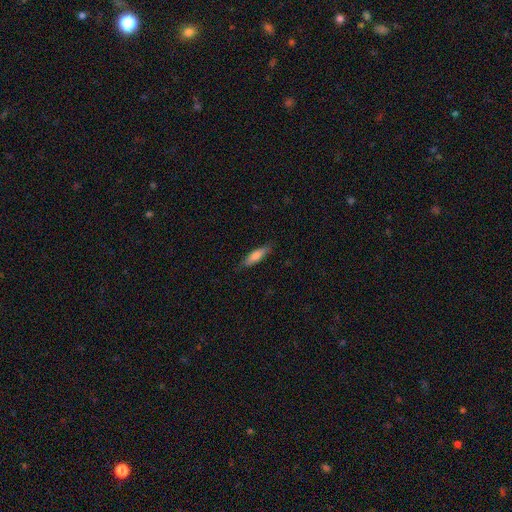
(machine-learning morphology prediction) A smooth galaxy with no disk features (72%) that is cigar-shaped (65%).

Vote fractions:
- Smooth or featured? smooth: 72% / featured or disk: 22% / star or artifact: 6%
- How rounded? cigar-shaped: 65% / in between: 34% / round: 2%
- Merging? none: 81% / minor disturbance: 15% / major disturbance: 3% / merger: 1%